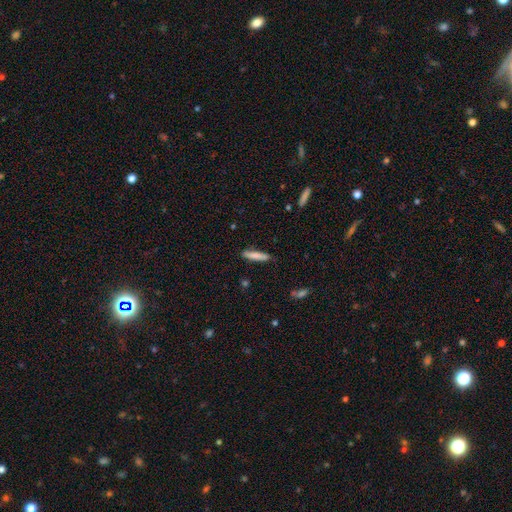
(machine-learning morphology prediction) Smooth or featured? smooth (80%)
How rounded? cigar-shaped (88%)
Merging? none (84%)